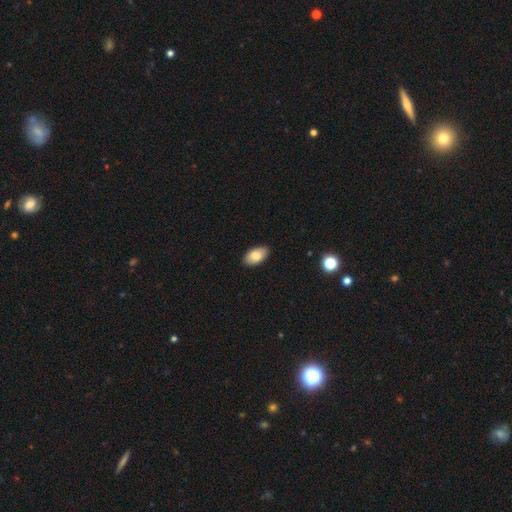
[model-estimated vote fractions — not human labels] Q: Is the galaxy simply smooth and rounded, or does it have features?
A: smooth — 79%.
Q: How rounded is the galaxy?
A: in between — 95%.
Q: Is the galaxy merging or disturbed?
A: none — 89%.